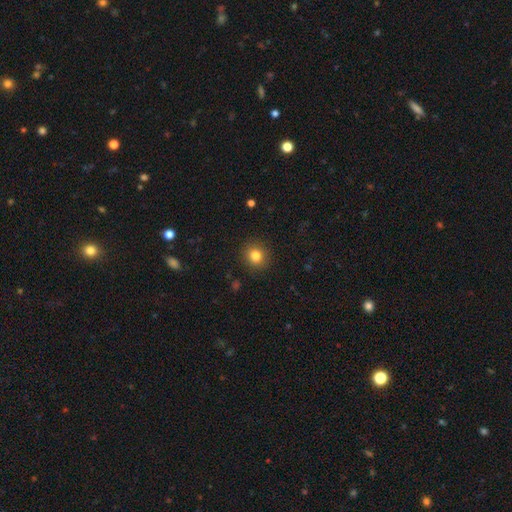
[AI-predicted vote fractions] The model was most divided on "smooth or featured": smooth: 82%, star or artifact: 12%, featured or disk: 6%. More confident: merging — none (90%); how rounded — round (87%).